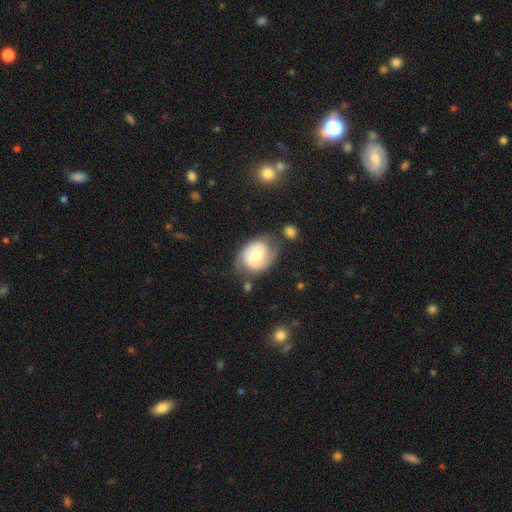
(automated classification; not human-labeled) featured or disk 60%, smooth 33%, star or artifact 7%. Down the decision tree: edge-on disk — no (97%); bar — weak (44%, tied with no); spiral arms — yes (86%); spiral arm count — 2 (76%); spiral winding — medium (43%); bulge size — moderate (55%); merging — none (58%).